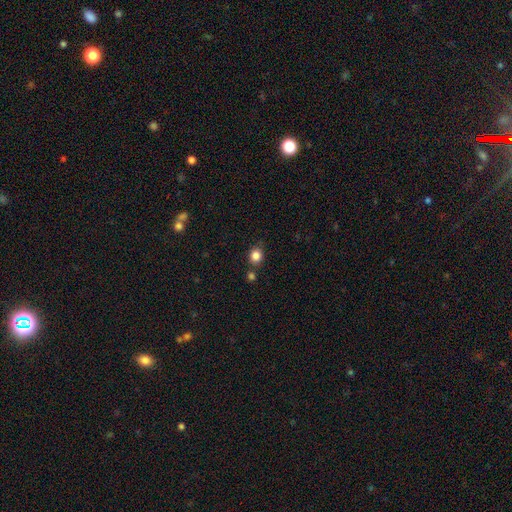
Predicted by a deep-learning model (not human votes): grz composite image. It shows a smooth galaxy with no disk features (84%) that is round (76%). Merging: none (73%).